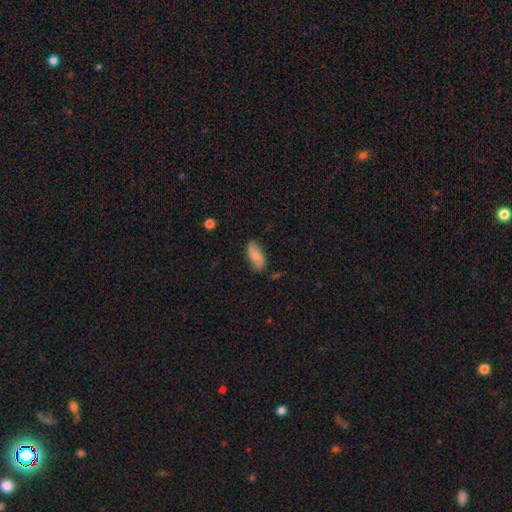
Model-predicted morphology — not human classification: Smooth or featured: smooth — 56% (featured or disk — 36%)
How rounded: in between — 87% (cigar-shaped — 9%)
Merging: none — 74% (minor disturbance — 19%)